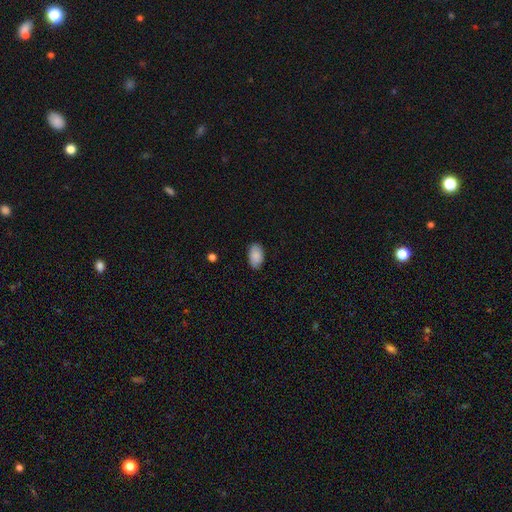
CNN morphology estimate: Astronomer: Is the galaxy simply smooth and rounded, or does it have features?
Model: smooth — 87%.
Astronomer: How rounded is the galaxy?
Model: in between — 94%.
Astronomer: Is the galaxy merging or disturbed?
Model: none — 82%.